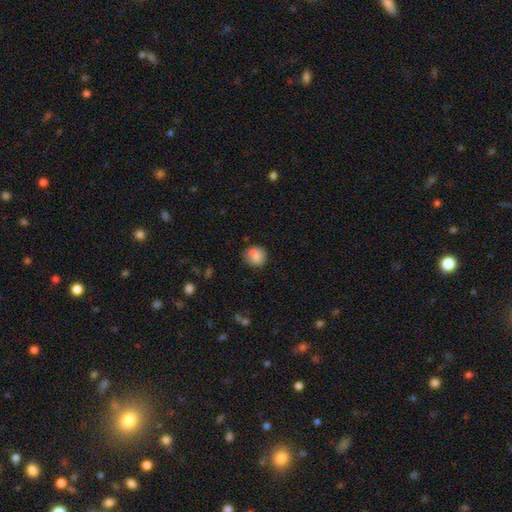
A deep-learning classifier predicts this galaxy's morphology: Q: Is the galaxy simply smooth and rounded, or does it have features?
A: smooth — 80%.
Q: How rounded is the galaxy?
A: round — 83%.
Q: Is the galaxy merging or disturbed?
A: none — 69%.